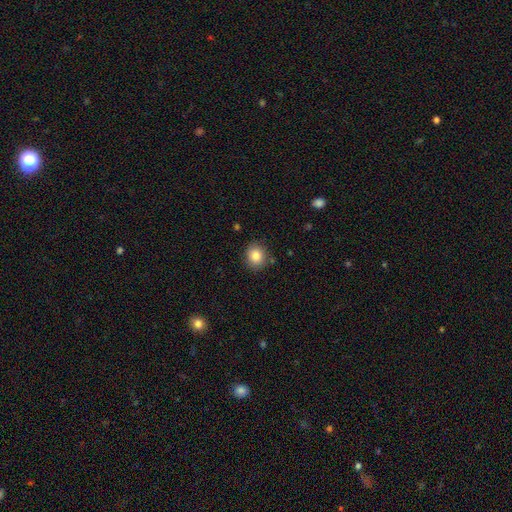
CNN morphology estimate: Smooth or featured? smooth (84%)
How rounded? round (80%)
Merging? none (86%)